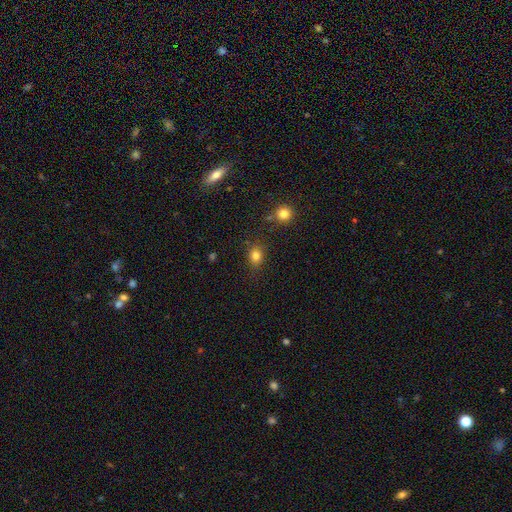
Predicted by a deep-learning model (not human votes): smooth-or-featured: smooth: 81% | star or artifact: 13% | featured or disk: 6%
  how-rounded: in between: 52% | round: 47% | cigar-shaped: 2%
  merging: none: 79% | minor disturbance: 14% | major disturbance: 4% | merger: 3%